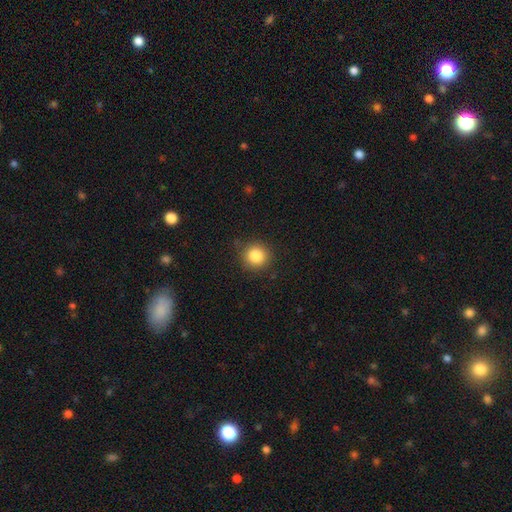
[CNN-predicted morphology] type=smooth (85%); roundness=round (91%); merging=none (87%).